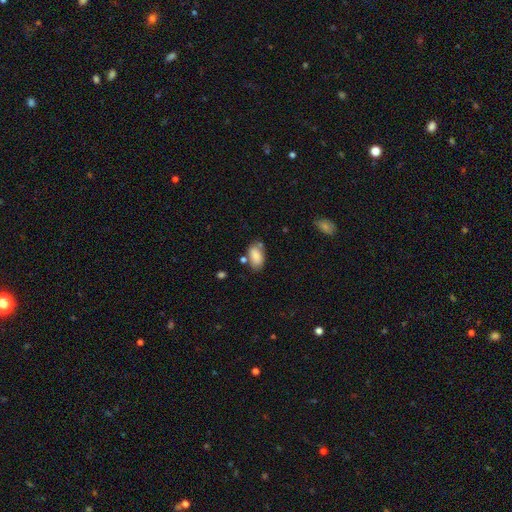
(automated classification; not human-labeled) Smooth or featured? Predicted: smooth (p=0.81). How rounded? Predicted: in between (p=0.92). Merging? Predicted: none (p=0.59).